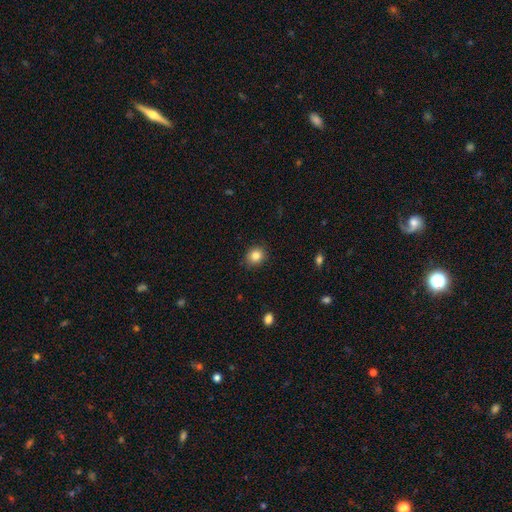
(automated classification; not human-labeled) smooth 84%, star or artifact 10%, featured or disk 6%. Down the decision tree: how rounded — round (74%); merging — none (89%).